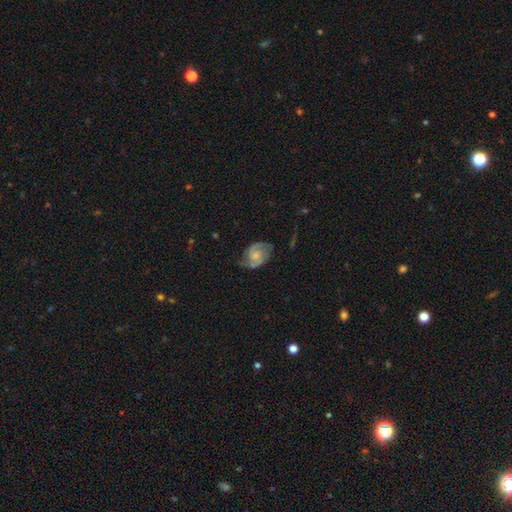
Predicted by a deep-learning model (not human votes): Morphology: type=featured or disk (77%); edge-on=no (97%); bar=no (63%); spiral arms=yes (94%); winding=medium (49%); arm count=2 (86%); bulge=small (48%); merging=none (65%).